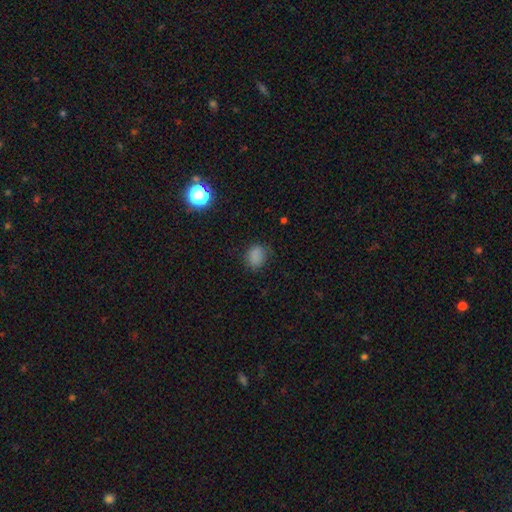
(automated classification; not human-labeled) Morphology: type=smooth (82%); roundness=round (60%); merging=none (75%).